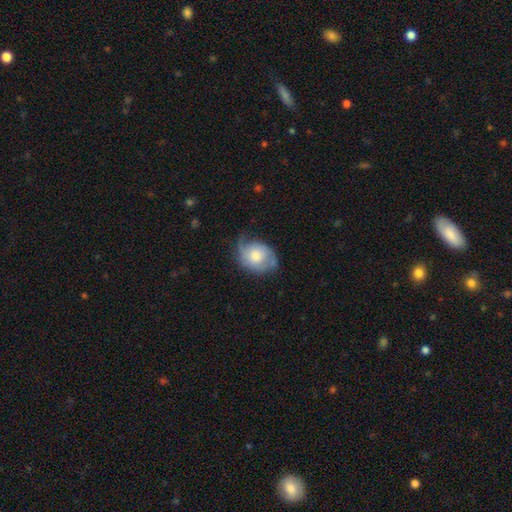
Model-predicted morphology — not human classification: This appears to be a smooth galaxy with no disk features (48%). Merging: none (41%).